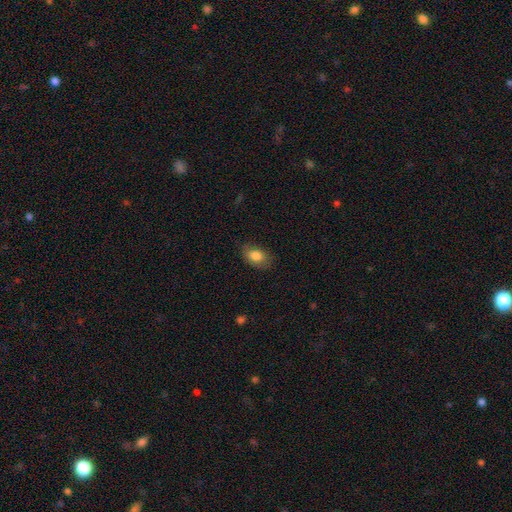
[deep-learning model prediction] Q: Smooth or featured?
A: smooth (83%); runner-up: featured or disk (9%)
Q: How rounded?
A: in between (85%); runner-up: round (13%)
Q: Merging?
A: none (75%); runner-up: minor disturbance (20%)